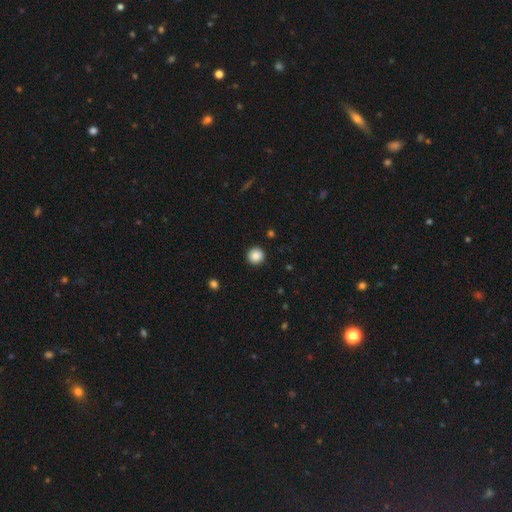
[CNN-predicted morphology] Smooth or featured? Predicted: smooth (p=0.87). How rounded? Predicted: round (p=0.94). Merging? Predicted: none (p=0.92).